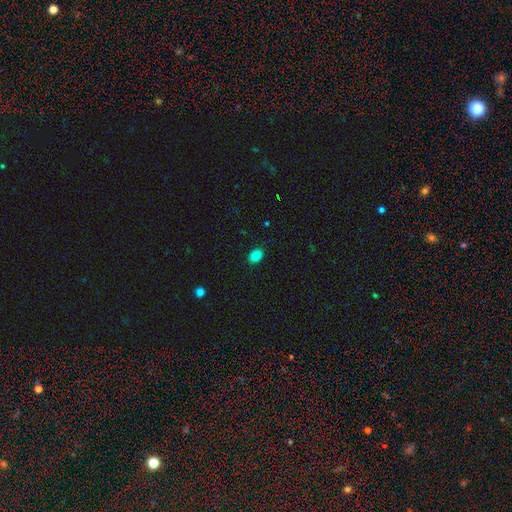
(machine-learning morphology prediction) Q: Smooth or featured?
A: smooth (84%); runner-up: star or artifact (10%)
Q: How rounded?
A: in between (74%); runner-up: round (25%)
Q: Merging?
A: none (87%); runner-up: minor disturbance (10%)